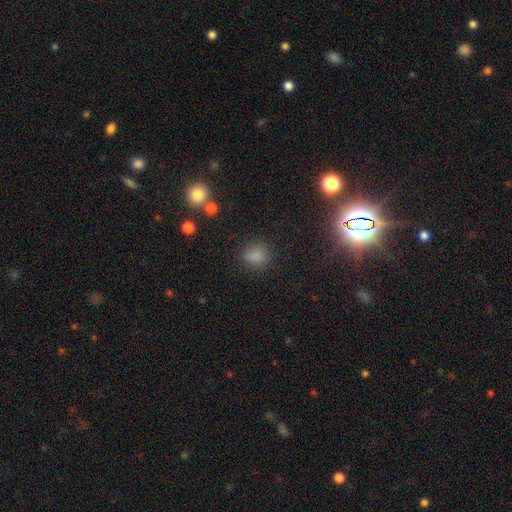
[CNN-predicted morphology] Overall: smooth (79%). How rounded: round (63%; in between 35%). Merging: none (79%).